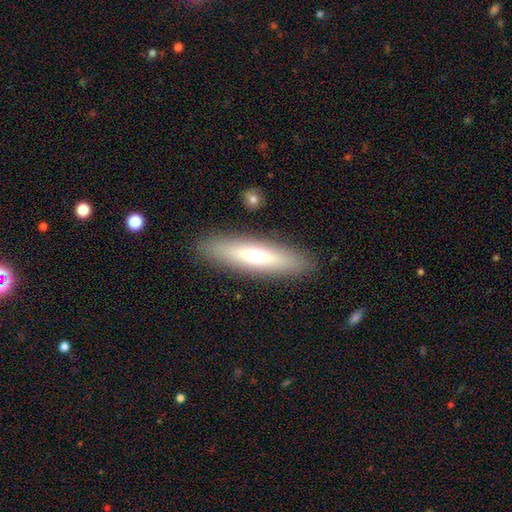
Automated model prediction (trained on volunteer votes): A smooth galaxy with no disk features (55%) that is cigar-shaped (72%).

Vote fractions:
- Smooth or featured? smooth: 55% / featured or disk: 38% / star or artifact: 7%
- How rounded? cigar-shaped: 72% / in between: 26% / round: 2%
- Merging? none: 89% / minor disturbance: 7% / major disturbance: 3% / merger: 2%